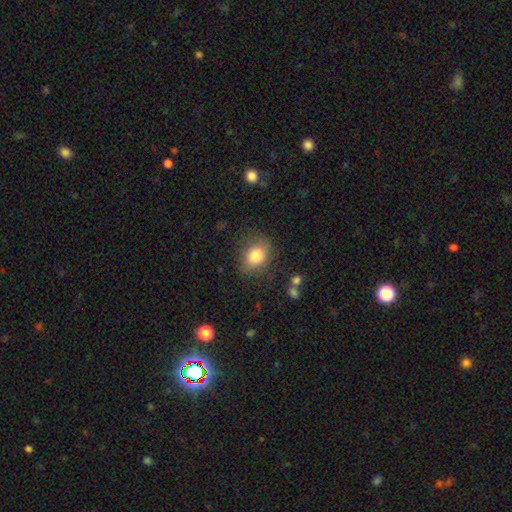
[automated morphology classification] smooth 80%, featured or disk 11%, star or artifact 8%. Down the decision tree: how rounded — in between (64%); merging — none (71%).